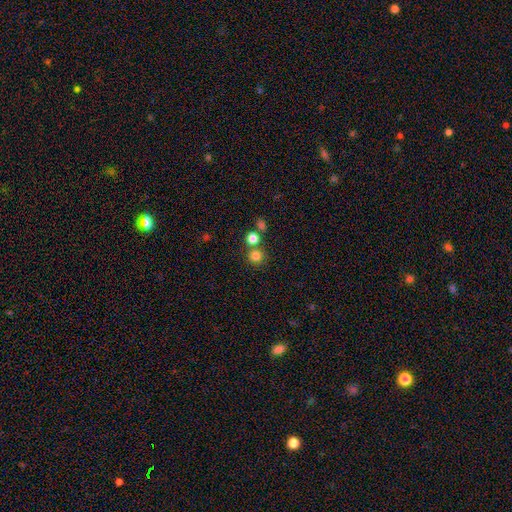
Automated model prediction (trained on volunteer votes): Q: Smooth or featured?
A: smooth (79%); runner-up: star or artifact (15%)
Q: How rounded?
A: round (92%); runner-up: in between (7%)
Q: Merging?
A: none (68%); runner-up: merger (22%)